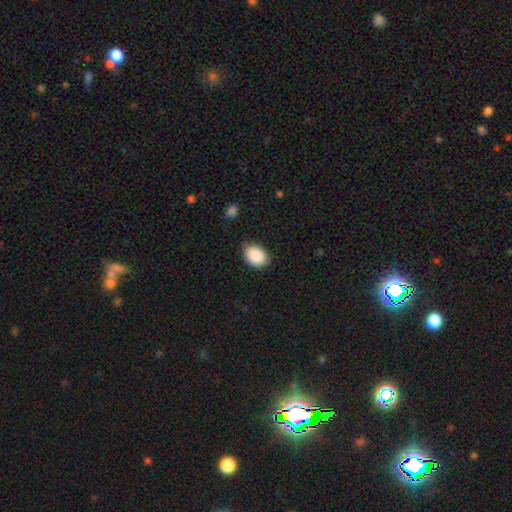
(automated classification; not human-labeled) Smooth or featured? smooth (89%)
How rounded? in between (76%)
Merging? none (81%)